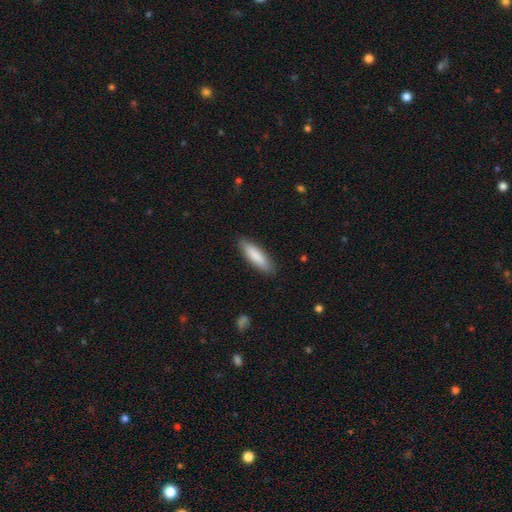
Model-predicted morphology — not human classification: Smooth or featured? Predicted: smooth (p=0.85). How rounded? Predicted: cigar-shaped (p=0.62). Merging? Predicted: none (p=0.87).